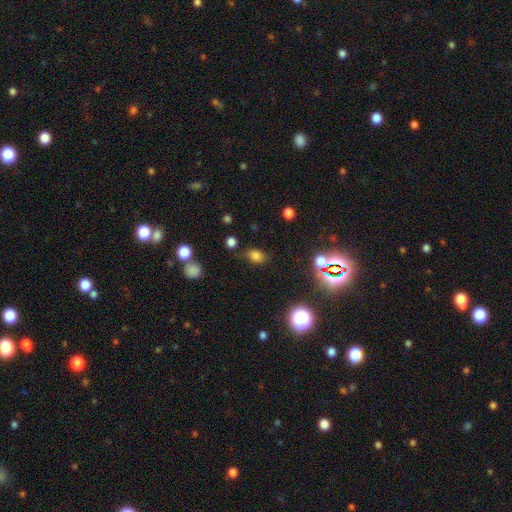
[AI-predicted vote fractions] Smooth or featured? Predicted: smooth (p=0.74). How rounded? Predicted: in between (p=0.66). Merging? Predicted: none (p=0.73).